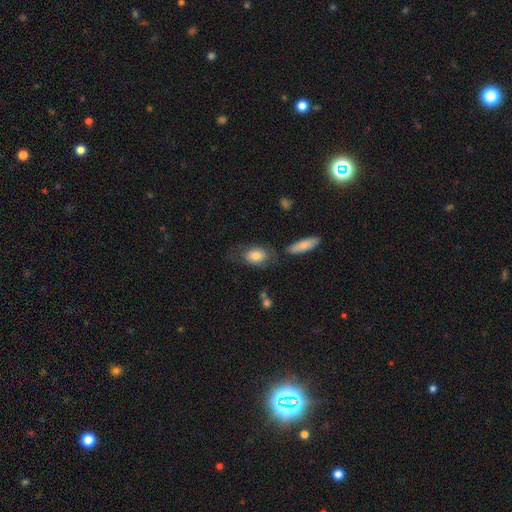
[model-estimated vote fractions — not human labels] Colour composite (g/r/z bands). It shows a smooth galaxy with no disk features (78%) that is in between round and cigar-shaped (83%). Merging: none (59%).